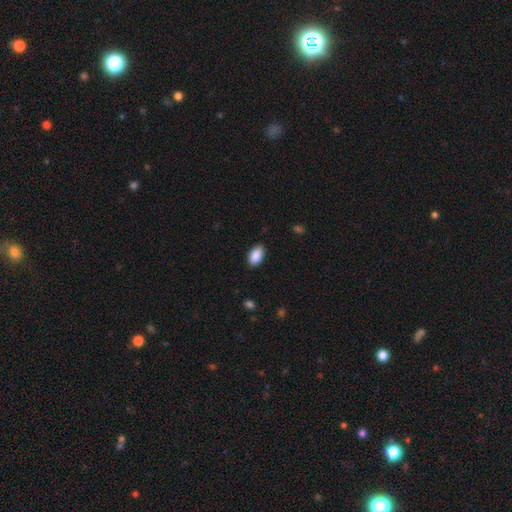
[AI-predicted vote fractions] Morphology: type=smooth (90%); roundness=in between (93%); merging=none (84%).